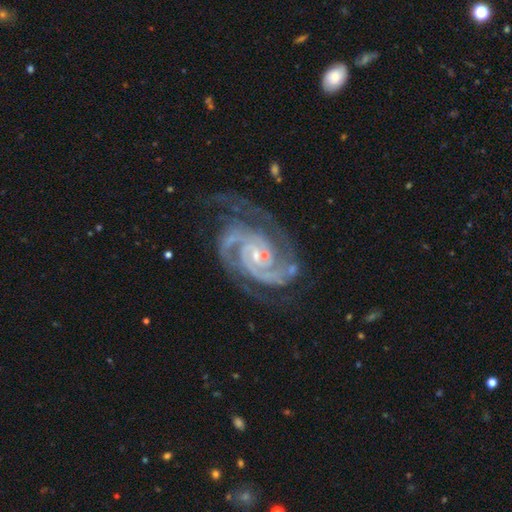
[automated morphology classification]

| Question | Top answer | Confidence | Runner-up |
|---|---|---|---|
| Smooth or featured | featured or disk | 93% | star or artifact (5%) |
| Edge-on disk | no | 98% | yes (2%) |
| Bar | no | 50% | weak (35%) |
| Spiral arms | yes | 99% | no (1%) |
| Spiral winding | tight | 66% | medium (31%) |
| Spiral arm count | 2 | 64% | 3 (17%) |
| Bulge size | small | 76% | moderate (18%) |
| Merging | none | 63% | minor disturbance (21%) |